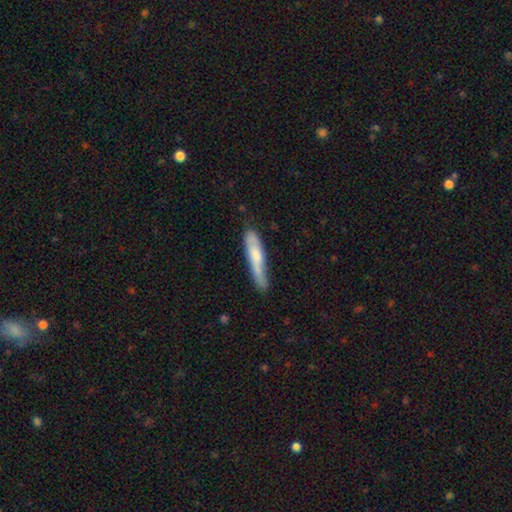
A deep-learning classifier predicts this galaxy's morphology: This appears to be a smooth galaxy with no disk features (63%) that is cigar-shaped (88%). Merging: none (63%).